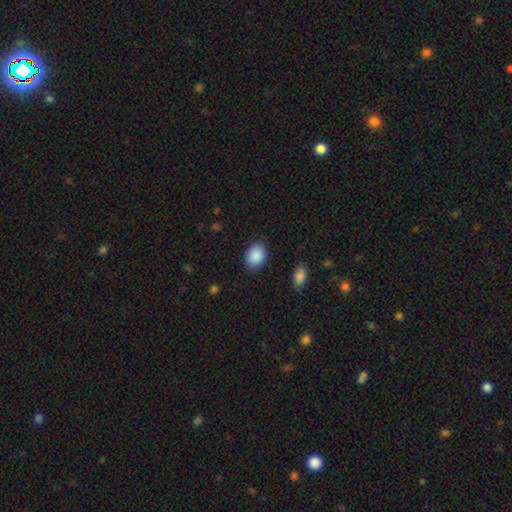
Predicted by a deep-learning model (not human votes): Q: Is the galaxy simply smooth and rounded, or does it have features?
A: smooth — 90%.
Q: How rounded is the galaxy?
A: in between — 78%.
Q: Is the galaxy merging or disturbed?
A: none — 85%.